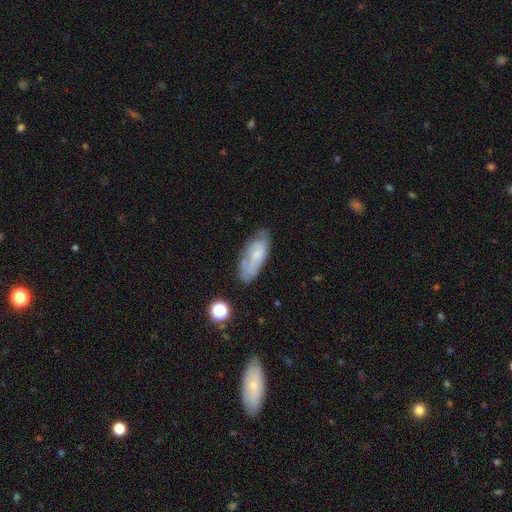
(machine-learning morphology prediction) type=smooth (53%); roundness=in between (76%); merging=none (62%).